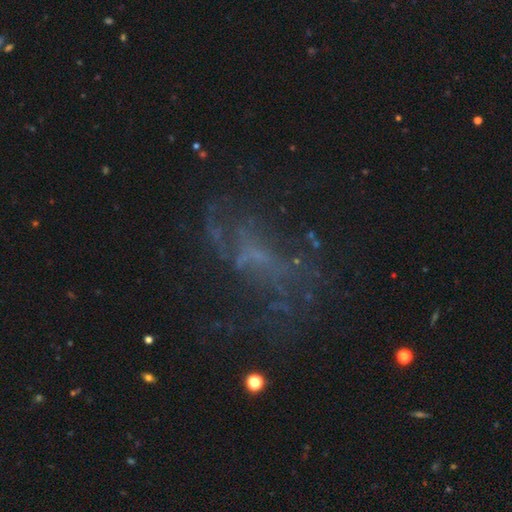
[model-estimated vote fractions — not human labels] Overall: featured or disk (58%; star or artifact 25%). Edge-on disk: no (95%). Bar: no (67%). Spiral arms: no (58%; yes 42%). Bulge size: none (63%; small 26%). Merging: none (47%; major disturbance 33%).